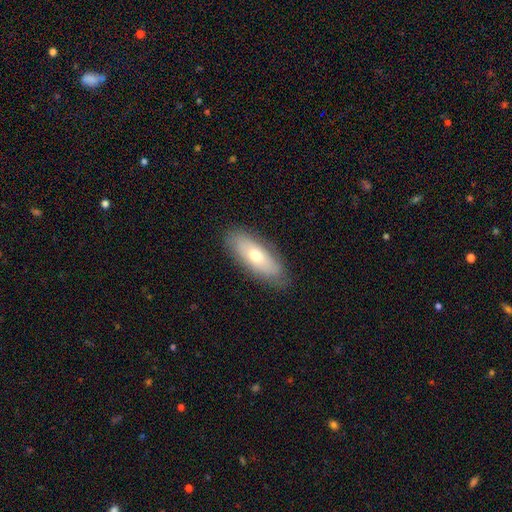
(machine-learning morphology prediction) Smooth or featured? smooth (63%)
How rounded? in between (72%)
Merging? none (84%)